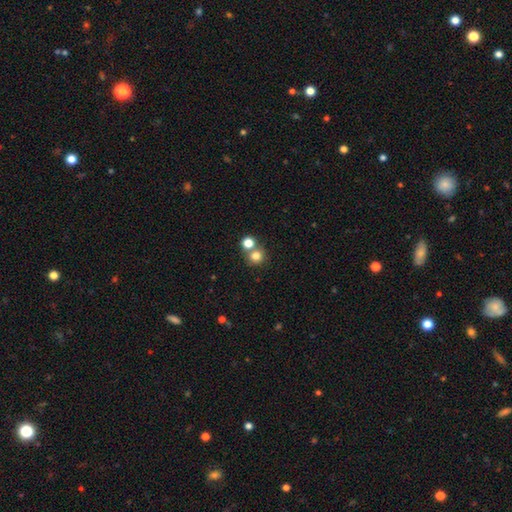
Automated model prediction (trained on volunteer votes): smooth_or_featured: smooth (p=0.77) [alt: star or artifact p=0.14]
how_rounded: round (p=0.90) [alt: in between p=0.09]
merging: none (p=0.60) [alt: merger p=0.31]